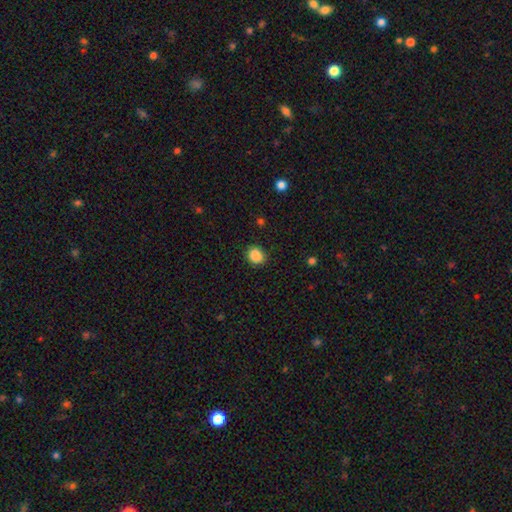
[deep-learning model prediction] Smooth or featured? Predicted: smooth (p=0.87). How rounded? Predicted: round (p=0.69). Merging? Predicted: none (p=0.85).